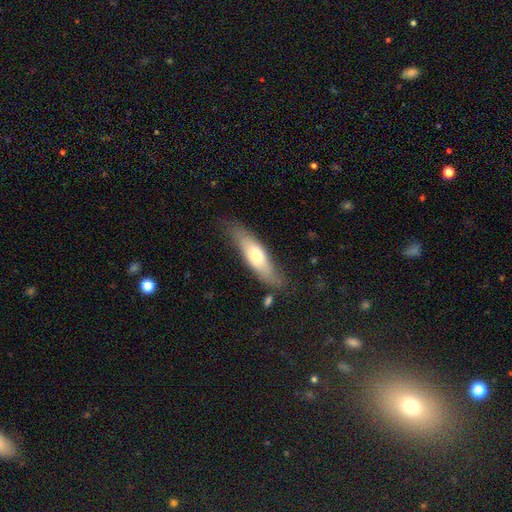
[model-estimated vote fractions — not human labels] This appears to be a smooth galaxy with no disk features (60%) that is cigar-shaped (58%). Merging: none (74%).